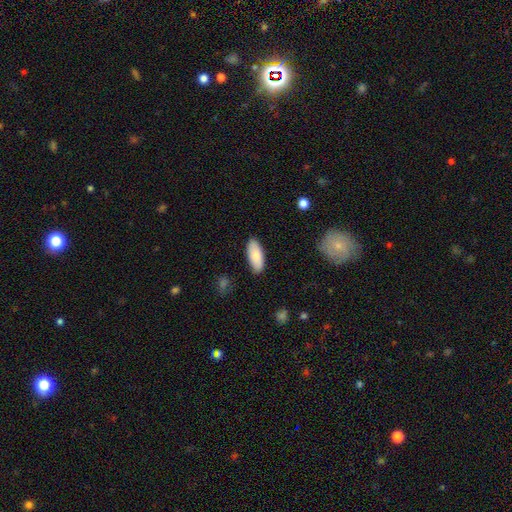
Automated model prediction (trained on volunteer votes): Q: Smooth or featured?
A: smooth (84%); runner-up: featured or disk (10%)
Q: How rounded?
A: in between (84%); runner-up: cigar-shaped (14%)
Q: Merging?
A: none (86%); runner-up: minor disturbance (11%)